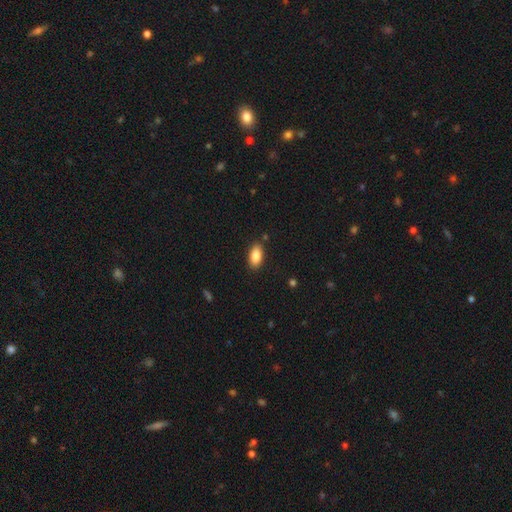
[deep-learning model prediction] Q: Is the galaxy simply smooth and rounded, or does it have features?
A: smooth — 86%.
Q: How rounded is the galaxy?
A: in between — 90%.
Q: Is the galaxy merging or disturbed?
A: none — 86%.